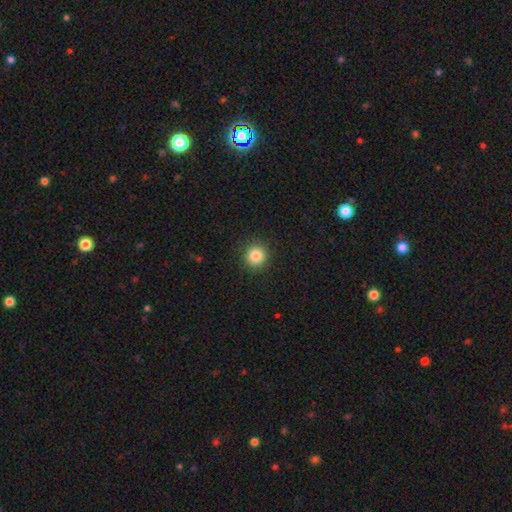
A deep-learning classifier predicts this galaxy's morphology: smooth 84%, star or artifact 11%, featured or disk 5%. Down the decision tree: how rounded — round (92%); merging — none (91%).